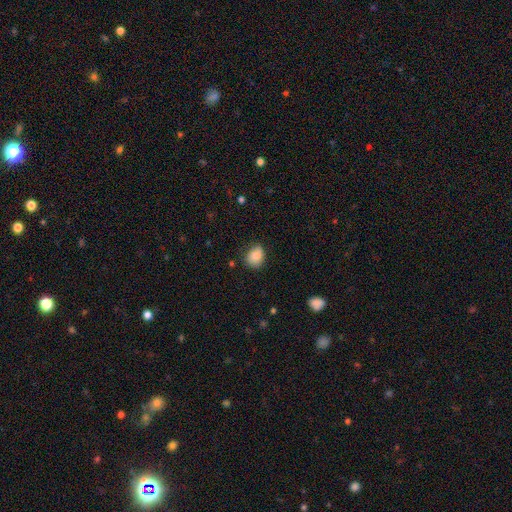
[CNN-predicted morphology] A smooth galaxy with no disk features (83%) that is in between round and cigar-shaped (51%).

Vote fractions:
- Smooth or featured? smooth: 83% / featured or disk: 9% / star or artifact: 8%
- How rounded? in between: 51% / round: 48% / cigar-shaped: 1%
- Merging? none: 69% / minor disturbance: 25% / major disturbance: 5% / merger: 2%